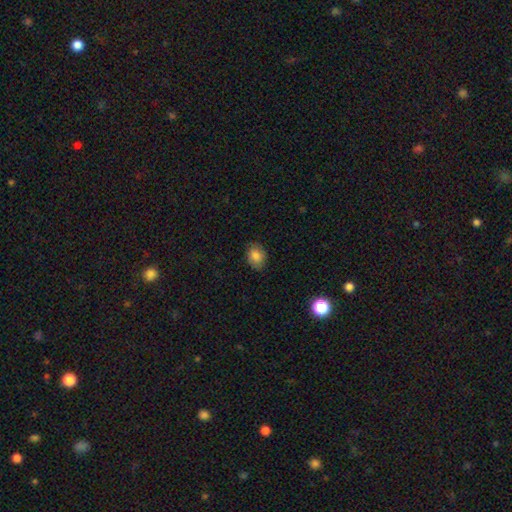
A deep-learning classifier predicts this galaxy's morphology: smooth-or-featured: smooth: 82% | featured or disk: 9% | star or artifact: 9%
  how-rounded: in between: 61% | round: 38% | cigar-shaped: 1%
  merging: none: 81% | minor disturbance: 14% | major disturbance: 3% | merger: 1%